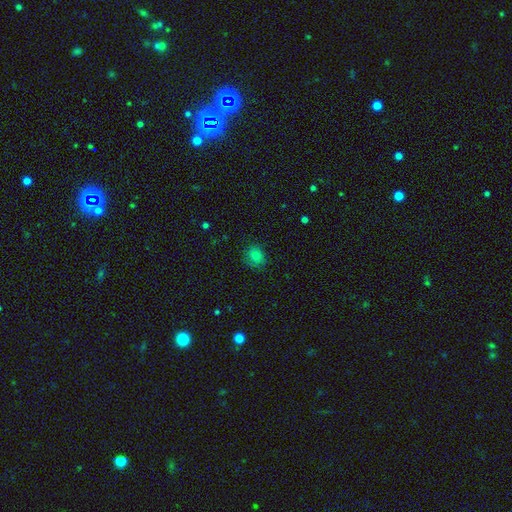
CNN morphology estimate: smooth 78%, star or artifact 15%, featured or disk 7%. Down the decision tree: how rounded — round (76%); merging — none (82%).